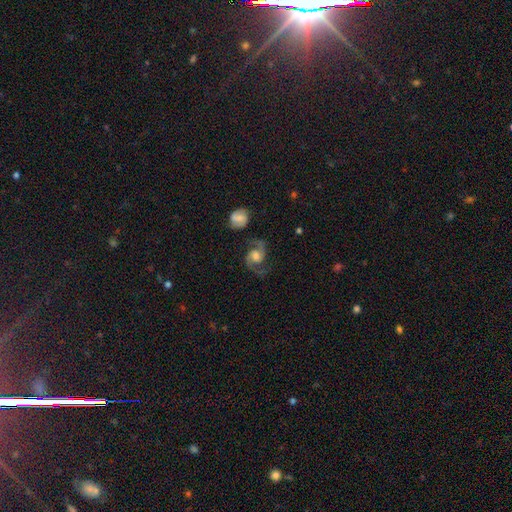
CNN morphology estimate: smooth-or-featured: featured or disk: 89% | smooth: 6% | star or artifact: 5%
  disk-edge-on: no: 98% | yes: 2%
    bar: no: 55% | weak: 36% | strong: 9%
    has-spiral-arms: yes: 98% | no: 2%
      spiral-winding: medium: 57% | loose: 28% | tight: 15%
      spiral-arm-count: 2: 94% | can't tell: 2% | 1: 2% | 3: 1% | 4: 1% | more than 4: 1%
    bulge-size: moderate: 54% | large: 19% | small: 19% | none: 5% | dominant: 2%
  merging: none: 74% | minor disturbance: 15% | major disturbance: 7% | merger: 4%